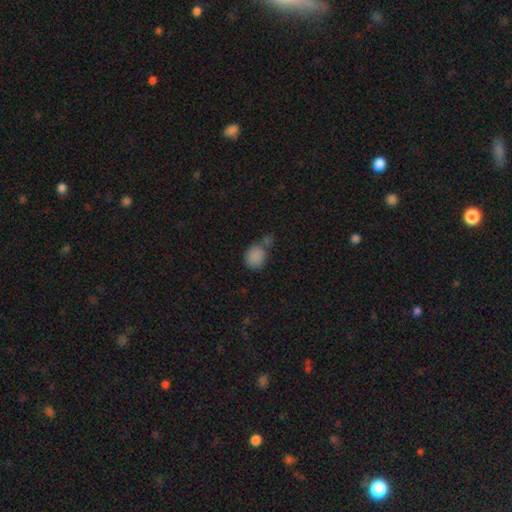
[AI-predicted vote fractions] smooth 85%, star or artifact 10%, featured or disk 5%. Down the decision tree: how rounded — round (54%); merging — none (46%).